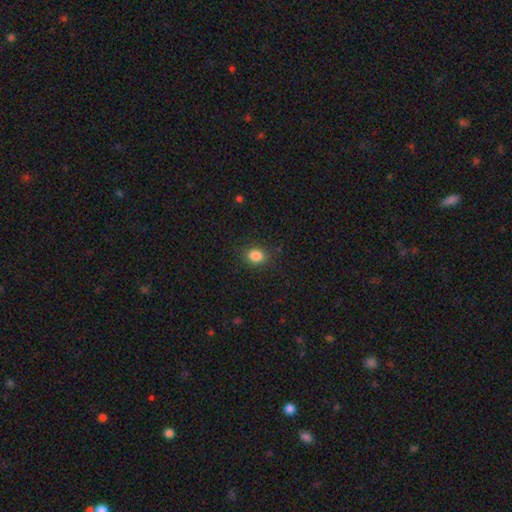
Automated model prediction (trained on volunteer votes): Smooth or featured? Predicted: smooth (p=0.86). How rounded? Predicted: in between (p=0.58). Merging? Predicted: none (p=0.86).